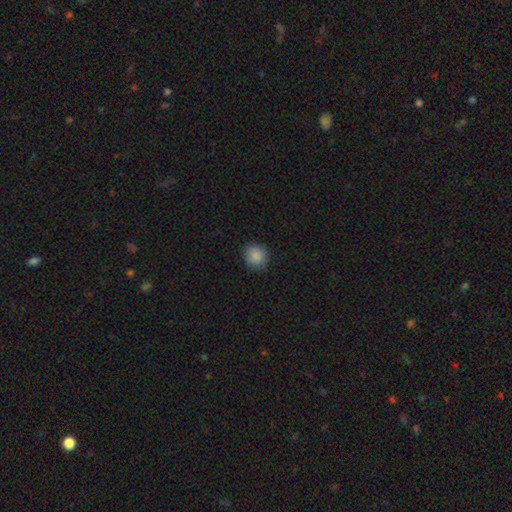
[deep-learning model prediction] This is clearly a smooth galaxy (87%). How rounded: clearly round (86%). Merging: clearly none (87%).